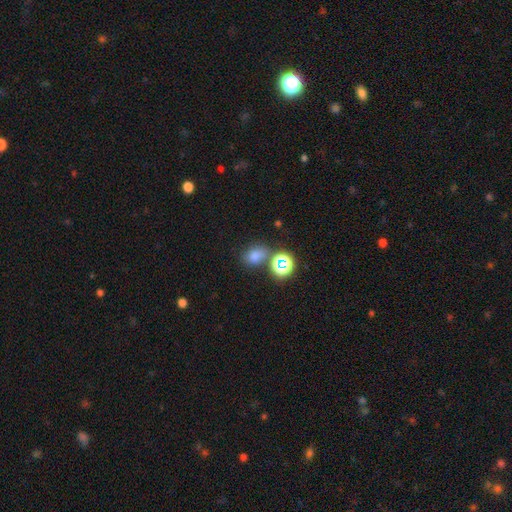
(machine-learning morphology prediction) Smooth or featured: smooth — 69% (star or artifact — 23%)
How rounded: in between — 58% (round — 41%)
Merging: none — 65% (merger — 15%)